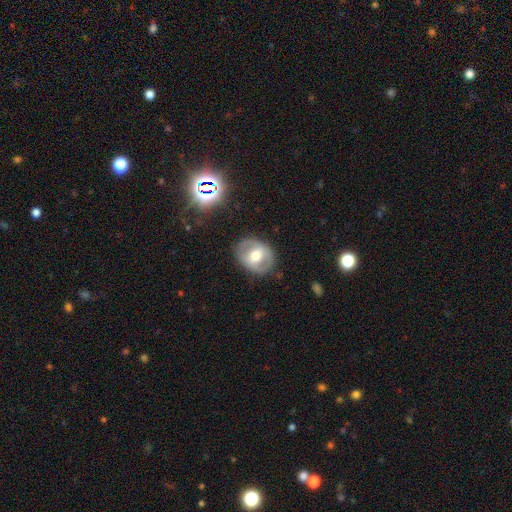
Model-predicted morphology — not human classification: Overall: featured or disk (55%; smooth 38%). Edge-on disk: no (93%). Bar: weak (36%; no 34%). Spiral arms: no (67%; yes 33%). Bulge size: moderate (73%). Merging: none (81%).